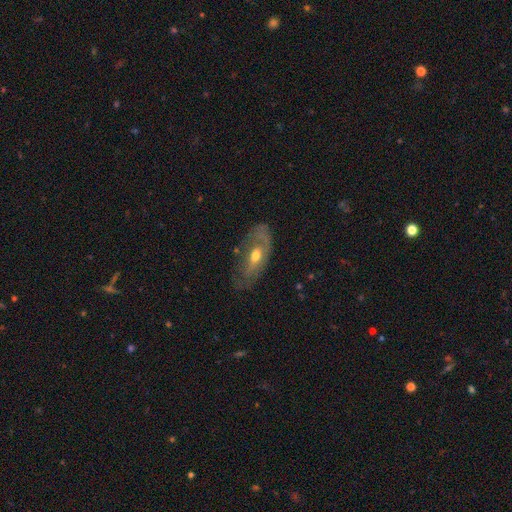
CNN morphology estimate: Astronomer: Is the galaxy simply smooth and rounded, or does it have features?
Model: featured or disk — 55% (runner-up: smooth, 38%).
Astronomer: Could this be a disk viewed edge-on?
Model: no — 81%.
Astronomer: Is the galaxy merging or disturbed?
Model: none — 54%.